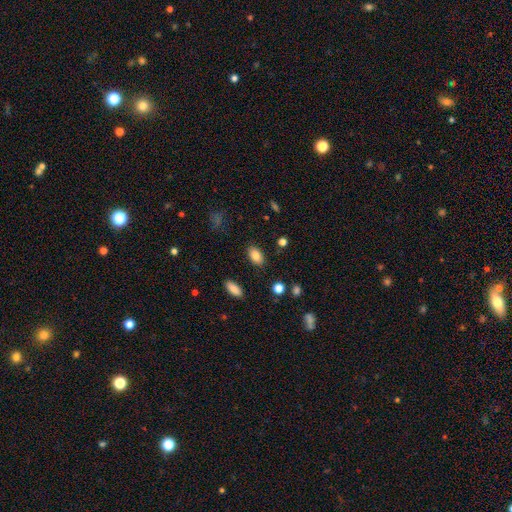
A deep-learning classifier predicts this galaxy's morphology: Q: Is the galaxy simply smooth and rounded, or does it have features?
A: smooth — 85%.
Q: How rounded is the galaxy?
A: in between — 90%.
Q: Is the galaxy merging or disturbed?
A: none — 87%.